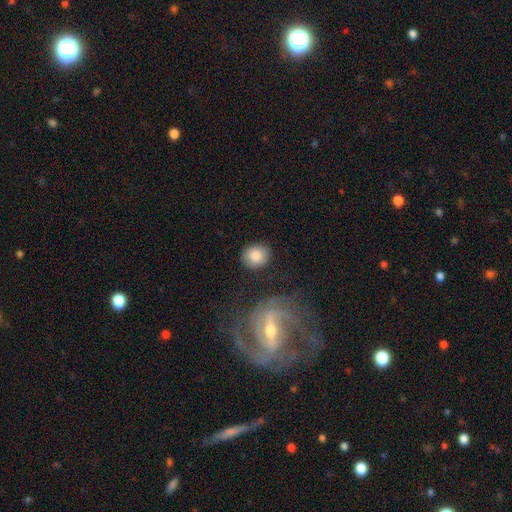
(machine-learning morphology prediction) Smooth or featured: smooth — 83% (featured or disk — 10%)
How rounded: round — 74% (in between — 25%)
Merging: none — 83% (minor disturbance — 11%)